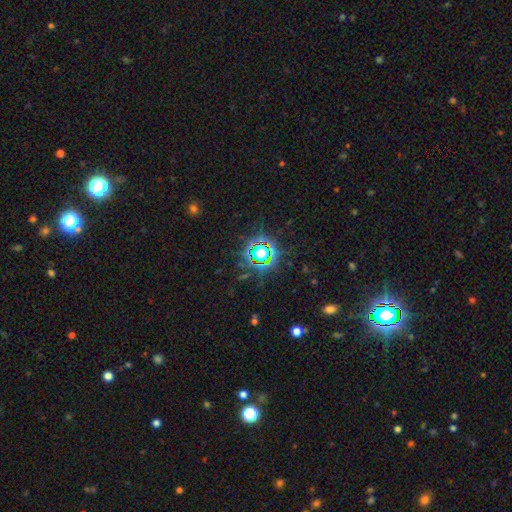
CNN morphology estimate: Smooth or featured? Predicted: star or artifact (p=0.73).